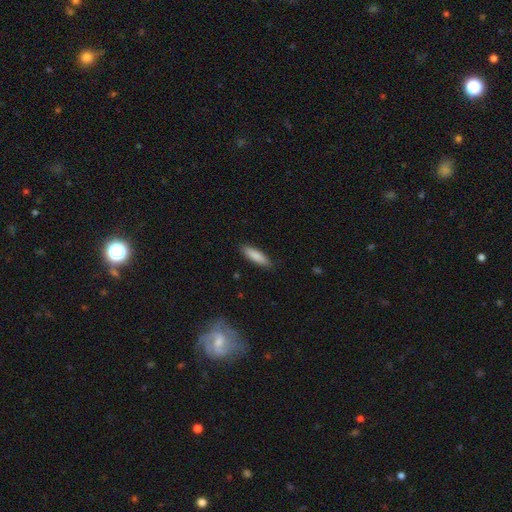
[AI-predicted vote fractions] This appears to be a smooth galaxy with no disk features (86%) that is cigar-shaped (63%). Merging: none (88%).